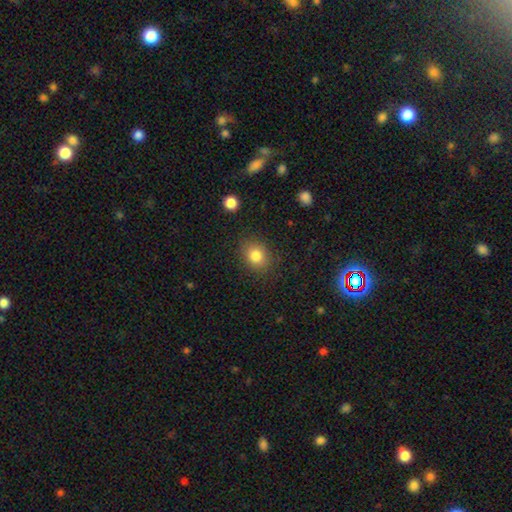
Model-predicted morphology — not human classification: smooth 82%, star or artifact 10%, featured or disk 7%. Down the decision tree: how rounded — round (54%); merging — none (84%).